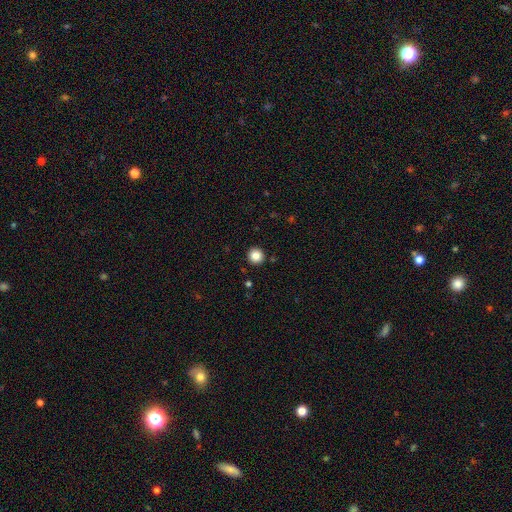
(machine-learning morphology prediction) type=smooth (85%); roundness=round (95%); merging=none (93%).